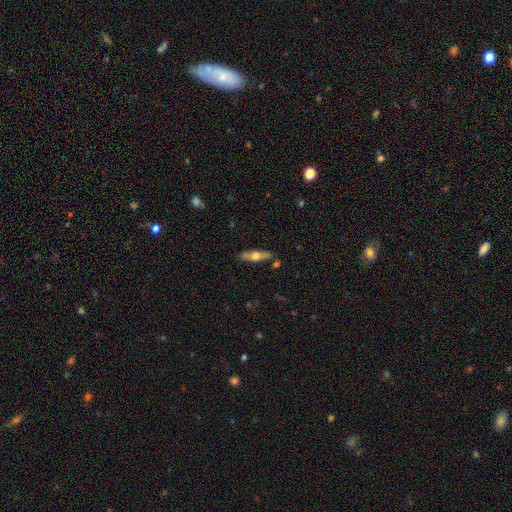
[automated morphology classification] smooth_or_featured: featured or disk (p=0.51) [alt: smooth p=0.43]
disk_edge_on: yes (p=0.86) [alt: no p=0.14]
merging: none (p=0.83) [alt: minor disturbance p=0.11]